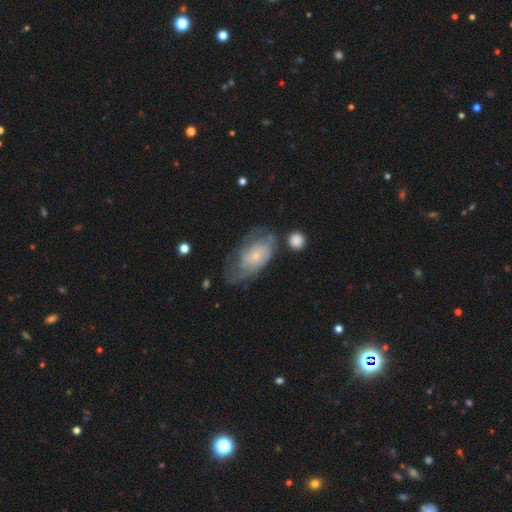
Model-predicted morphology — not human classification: Q: Smooth or featured?
A: featured or disk (60%); runner-up: smooth (33%)
Q: Edge-on disk?
A: no (94%); runner-up: yes (6%)
Q: Bar?
A: no (78%); runner-up: weak (19%)
Q: Spiral arms?
A: yes (71%); runner-up: no (29%)
Q: Bulge size?
A: small (75%); runner-up: moderate (18%)
Q: Merging?
A: none (41%); runner-up: minor disturbance (27%)